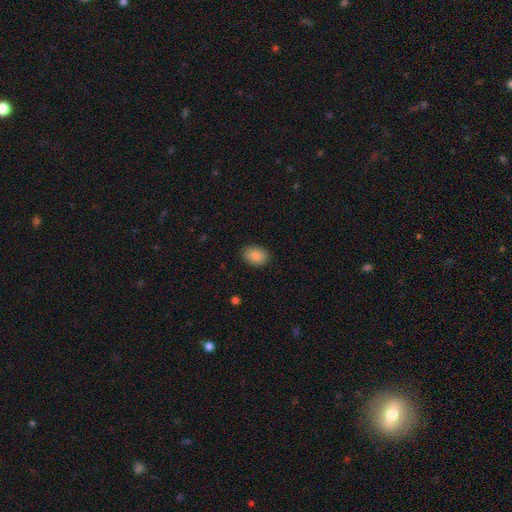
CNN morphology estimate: Overall: smooth (87%). How rounded: in between (78%). Merging: none (87%).